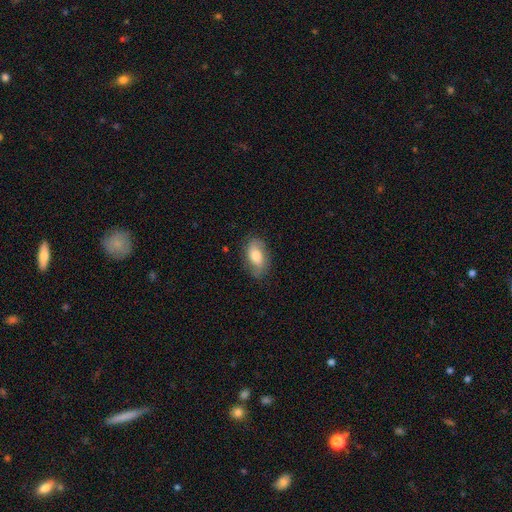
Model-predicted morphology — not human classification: Q: Smooth or featured?
A: smooth (67%); runner-up: featured or disk (27%)
Q: How rounded?
A: in between (91%); runner-up: round (7%)
Q: Merging?
A: none (74%); runner-up: minor disturbance (19%)